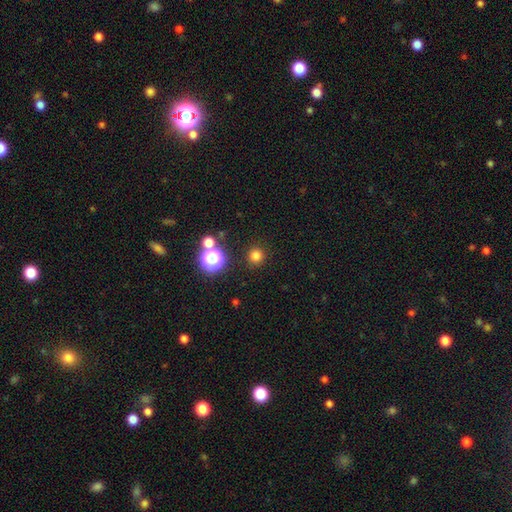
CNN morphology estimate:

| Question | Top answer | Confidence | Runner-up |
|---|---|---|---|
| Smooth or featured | smooth | 77% | star or artifact (18%) |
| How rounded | round | 95% | in between (4%) |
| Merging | none | 89% | minor disturbance (5%) |